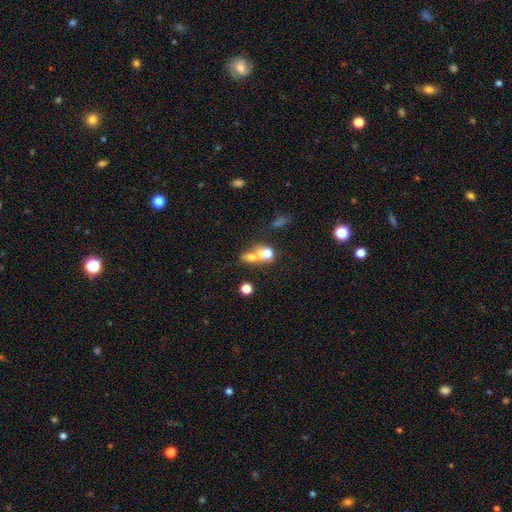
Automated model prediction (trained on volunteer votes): Morphology: type=smooth (59%); roundness=round (57%); merging=merger (61%).